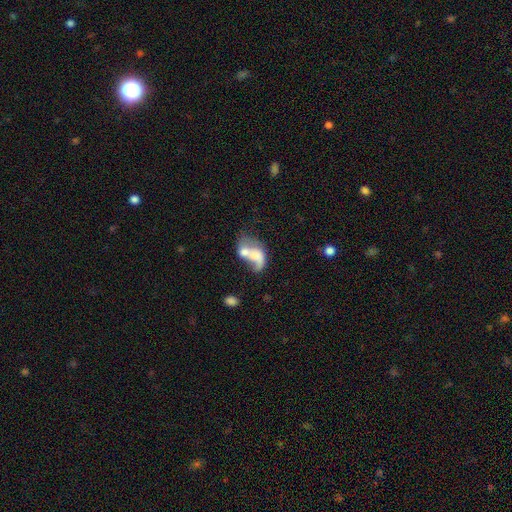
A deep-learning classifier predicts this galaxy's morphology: The model was most divided on "smooth or featured": featured or disk: 47%, smooth: 44%, star or artifact: 9%. More confident: merging — merger (58%).